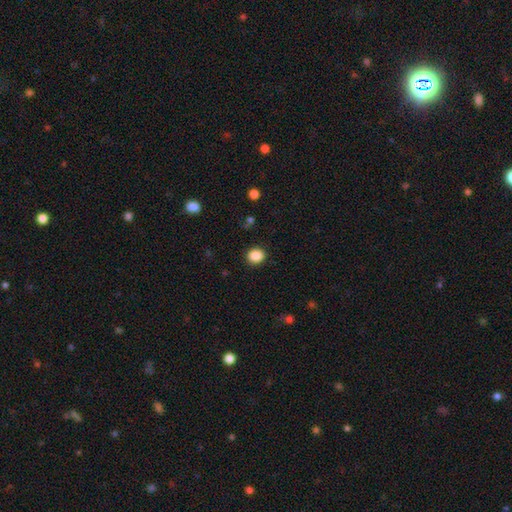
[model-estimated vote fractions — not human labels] Morphology: type=smooth (87%); roundness=round (72%); merging=none (89%).